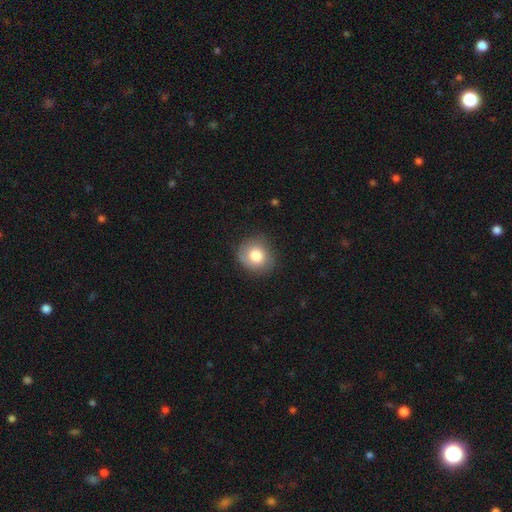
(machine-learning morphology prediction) The model was most divided on "how rounded": round: 80%, in between: 19%, cigar-shaped: 1%. More confident: merging — none (80%); smooth or featured — smooth (79%).